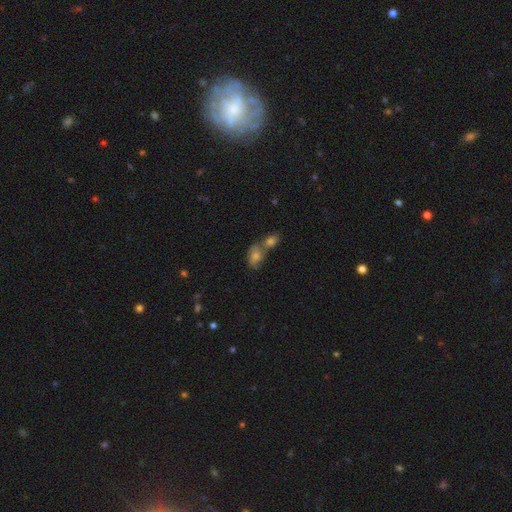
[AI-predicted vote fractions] Morphology: type=smooth (53%); roundness=in between (70%); merging=merger (49%).